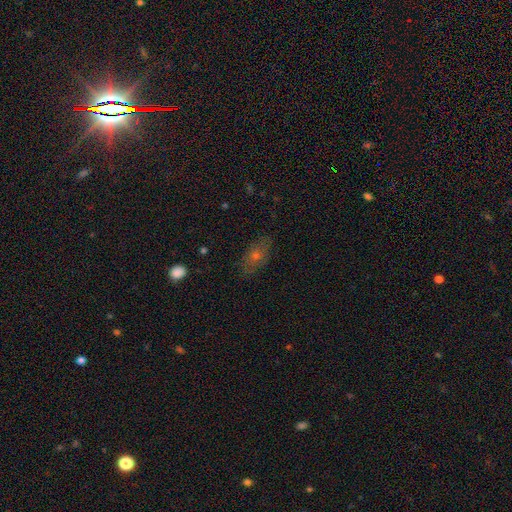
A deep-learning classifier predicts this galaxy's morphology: A smooth galaxy with no disk features (50%) that is in between round and cigar-shaped (79%).

Vote fractions:
- Smooth or featured? smooth: 50% / featured or disk: 33% / star or artifact: 17%
- How rounded? in between: 79% / round: 13% / cigar-shaped: 8%
- Merging? none: 79% / minor disturbance: 15% / major disturbance: 4% / merger: 1%